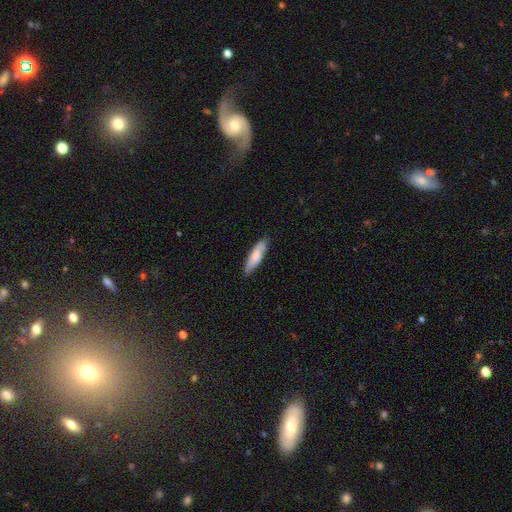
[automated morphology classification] smooth 76%, featured or disk 19%, star or artifact 5%. Down the decision tree: how rounded — cigar-shaped (70%); merging — none (84%).